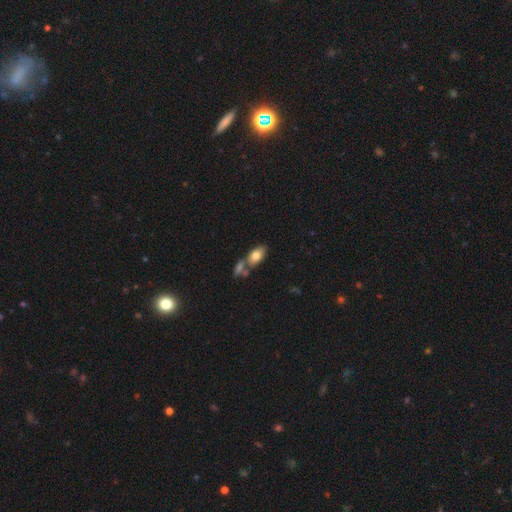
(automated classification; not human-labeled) Morphology: type=smooth (76%); roundness=in between (89%); merging=none (47%).